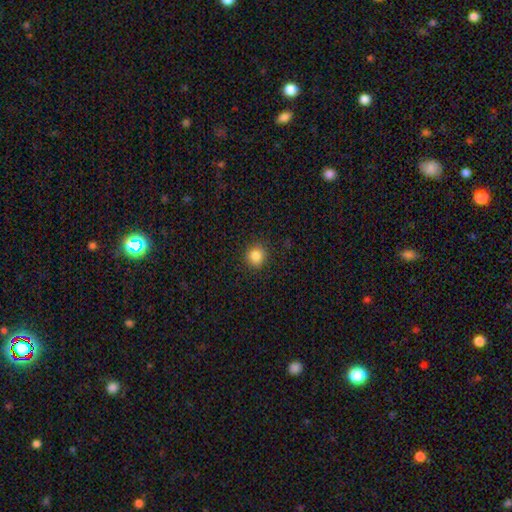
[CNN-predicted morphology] This is clearly a smooth galaxy (85%). How rounded: clearly round (89%). Merging: clearly none (89%).